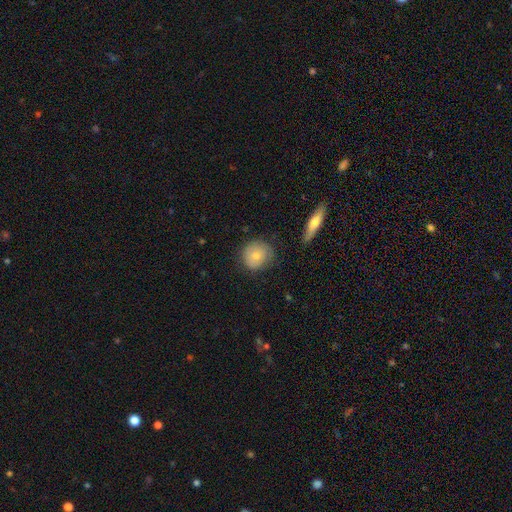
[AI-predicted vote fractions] A smooth galaxy with no disk features (74%) that is round (86%).

Vote fractions:
- Smooth or featured? smooth: 74% / featured or disk: 19% / star or artifact: 7%
- How rounded? round: 86% / in between: 12% / cigar-shaped: 1%
- Merging? none: 73% / minor disturbance: 20% / major disturbance: 5% / merger: 2%